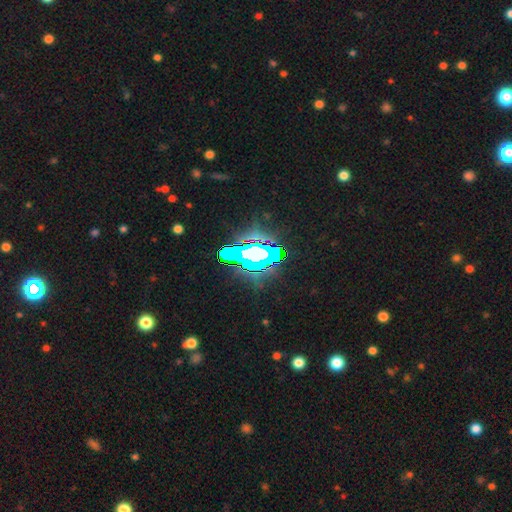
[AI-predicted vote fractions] star or artifact 54%, featured or disk 28%, smooth 18%.